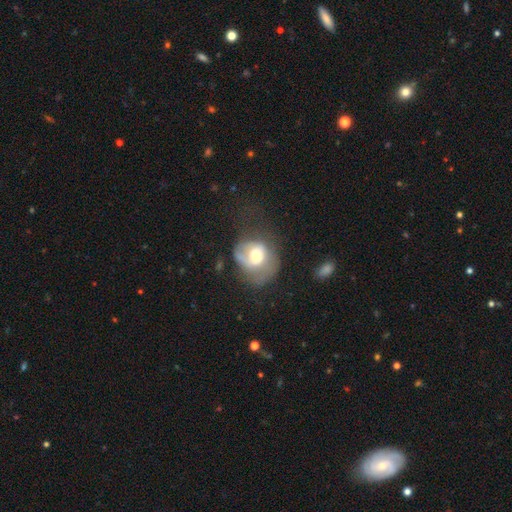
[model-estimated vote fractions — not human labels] Overall: smooth (50%; featured or disk 42%). Merging: major disturbance (43%; none 28%).